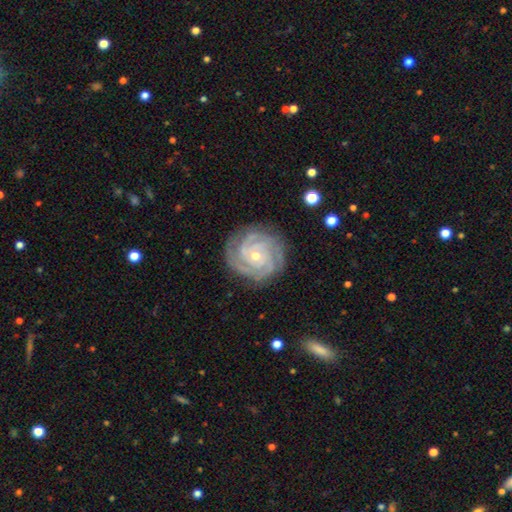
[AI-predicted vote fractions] Q: Smooth or featured?
A: featured or disk (91%); runner-up: star or artifact (5%)
Q: Edge-on disk?
A: no (98%); runner-up: yes (2%)
Q: Bar?
A: no (67%); runner-up: weak (24%)
Q: Spiral arms?
A: yes (99%); runner-up: no (1%)
Q: Spiral winding?
A: tight (82%); runner-up: medium (16%)
Q: Spiral arm count?
A: 3 (40%); runner-up: 4 (26%)
Q: Bulge size?
A: small (63%); runner-up: moderate (34%)
Q: Merging?
A: none (83%); runner-up: minor disturbance (12%)